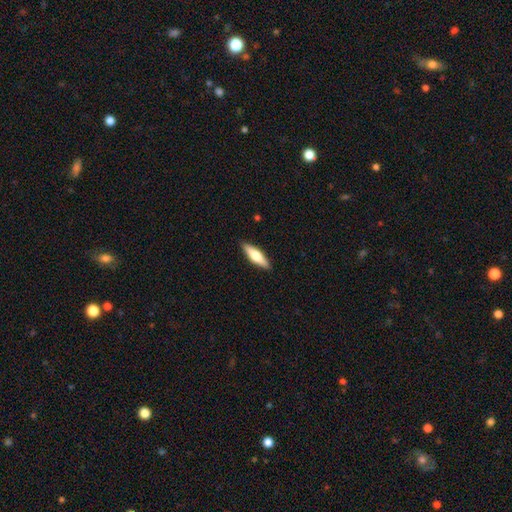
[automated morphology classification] Q: Smooth or featured?
A: smooth (54%); runner-up: featured or disk (41%)
Q: How rounded?
A: cigar-shaped (62%); runner-up: in between (36%)
Q: Merging?
A: none (90%); runner-up: minor disturbance (8%)